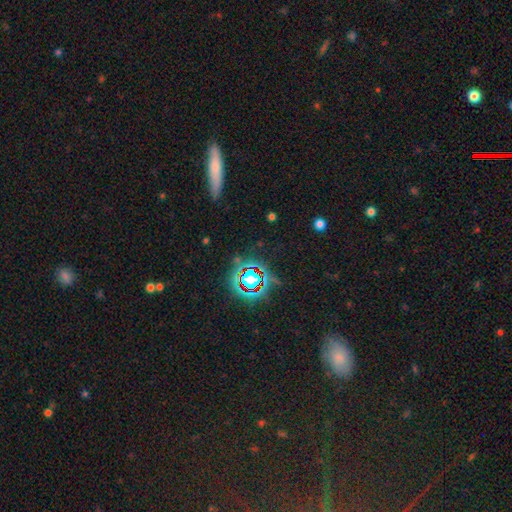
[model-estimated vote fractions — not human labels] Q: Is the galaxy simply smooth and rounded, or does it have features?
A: star or artifact — 70%.